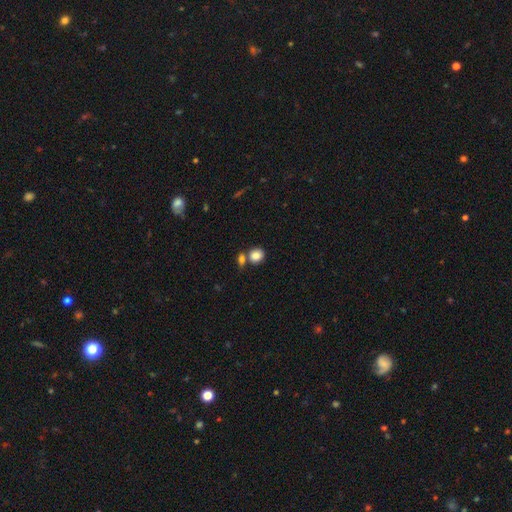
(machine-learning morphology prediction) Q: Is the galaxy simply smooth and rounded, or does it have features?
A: smooth — 85%.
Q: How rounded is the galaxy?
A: round — 72%.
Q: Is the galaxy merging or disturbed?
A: none — 56%.